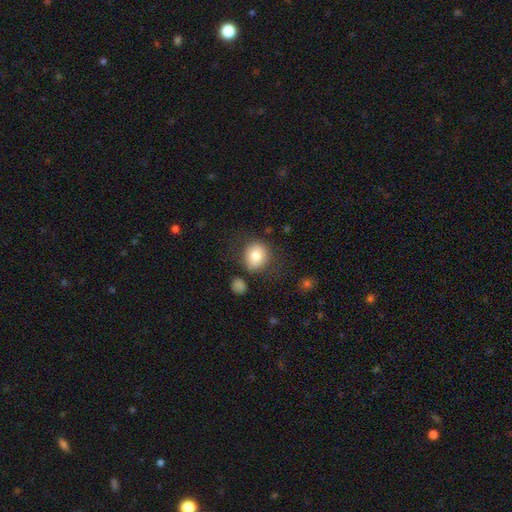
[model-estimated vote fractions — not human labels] Morphology: type=smooth (80%); roundness=round (80%); merging=none (76%).